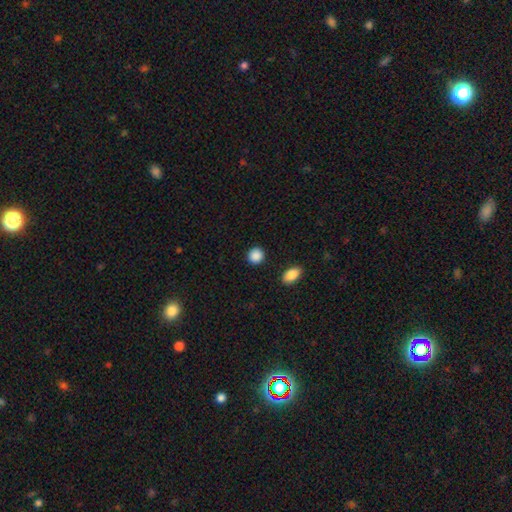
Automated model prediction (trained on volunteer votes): Smooth or featured? Predicted: smooth (p=0.89). How rounded? Predicted: round (p=0.85). Merging? Predicted: none (p=0.90).